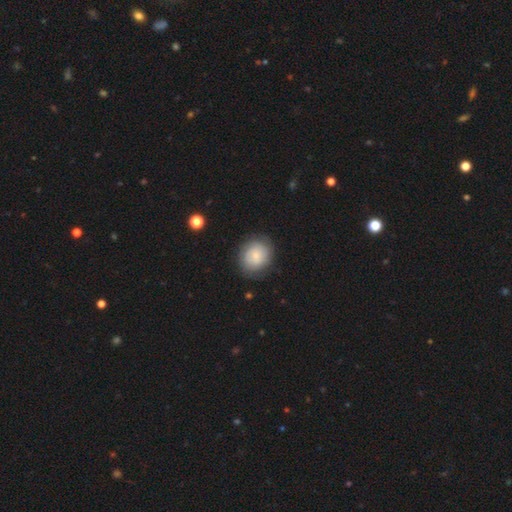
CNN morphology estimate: type=smooth (71%); roundness=round (77%); merging=none (80%).